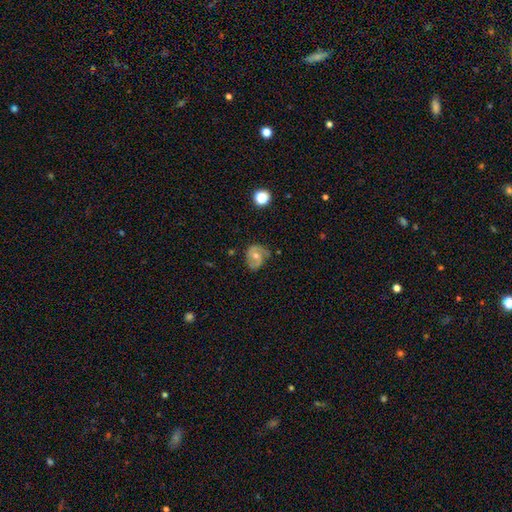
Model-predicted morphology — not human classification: Smooth or featured? Predicted: featured or disk (p=0.66). Edge-on disk? Predicted: no (p=0.97). Bar? Predicted: no (p=0.50). Spiral arms? Predicted: yes (p=0.88). Spiral winding? Predicted: medium (p=0.46). Spiral arm count? Predicted: 2 (p=0.75). Bulge size? Predicted: moderate (p=0.58). Merging? Predicted: none (p=0.62).